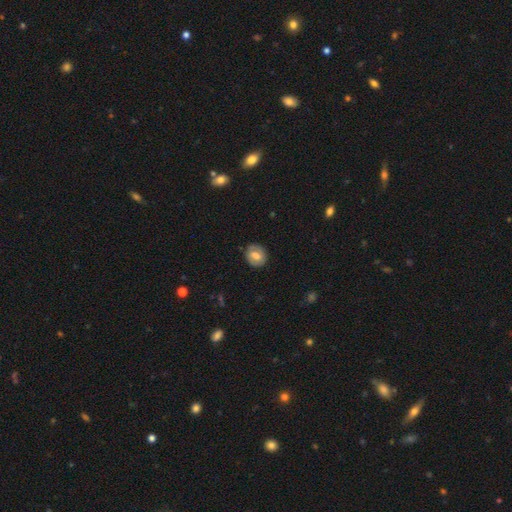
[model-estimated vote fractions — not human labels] Smooth or featured? Predicted: smooth (p=0.62). How rounded? Predicted: round (p=0.64). Merging? Predicted: none (p=0.83).